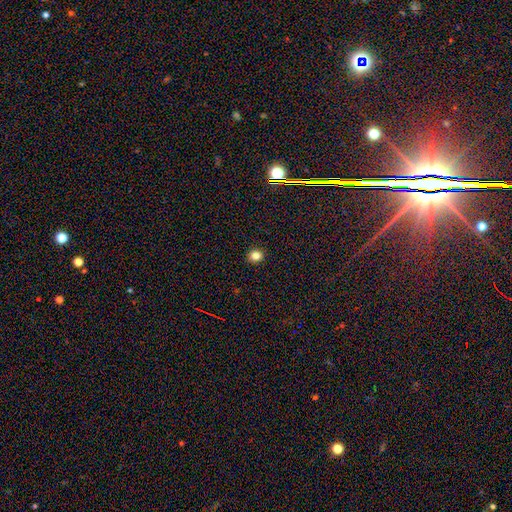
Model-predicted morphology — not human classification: Q: Smooth or featured?
A: smooth (81%); runner-up: star or artifact (14%)
Q: How rounded?
A: round (84%); runner-up: in between (15%)
Q: Merging?
A: none (92%); runner-up: minor disturbance (5%)